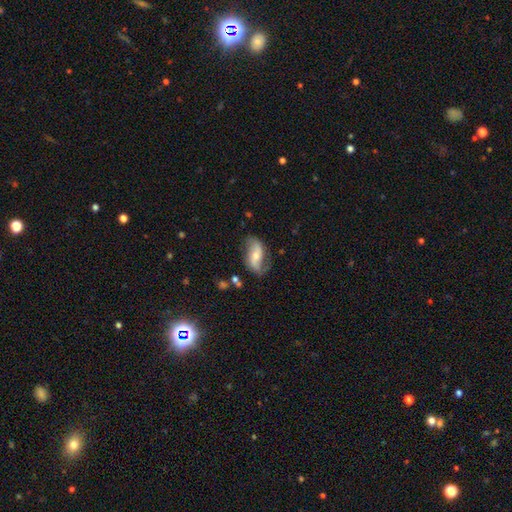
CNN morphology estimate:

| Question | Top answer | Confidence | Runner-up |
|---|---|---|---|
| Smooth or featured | featured or disk | 71% | smooth (23%) |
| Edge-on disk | no | 94% | yes (6%) |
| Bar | no | 39% | weak (35%) |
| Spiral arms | yes | 89% | no (11%) |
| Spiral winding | loose | 62% | medium (27%) |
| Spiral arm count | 2 | 86% | can't tell (6%) |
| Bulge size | moderate | 53% | small (40%) |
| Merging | none | 67% | minor disturbance (22%) |